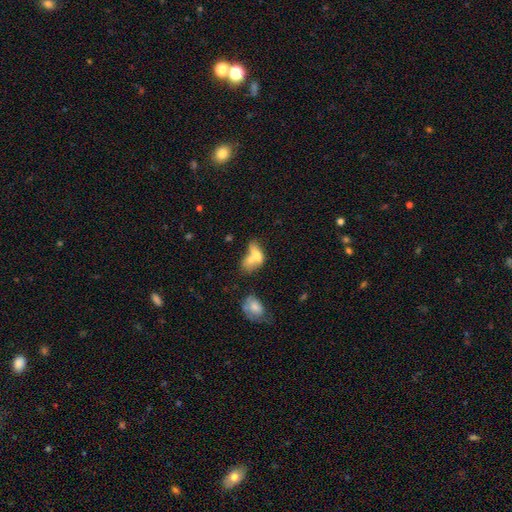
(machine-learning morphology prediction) Smooth or featured: smooth — 67% (featured or disk — 24%)
How rounded: in between — 80% (round — 11%)
Merging: merger — 65% (none — 18%)